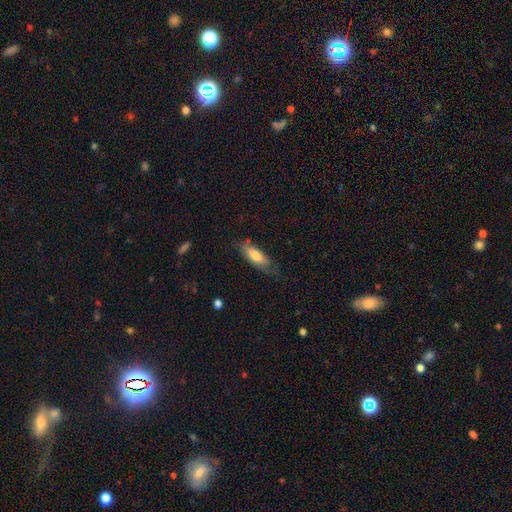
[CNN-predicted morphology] Q: Smooth or featured?
A: smooth (71%); runner-up: featured or disk (24%)
Q: How rounded?
A: in between (64%); runner-up: cigar-shaped (34%)
Q: Merging?
A: none (63%); runner-up: minor disturbance (27%)